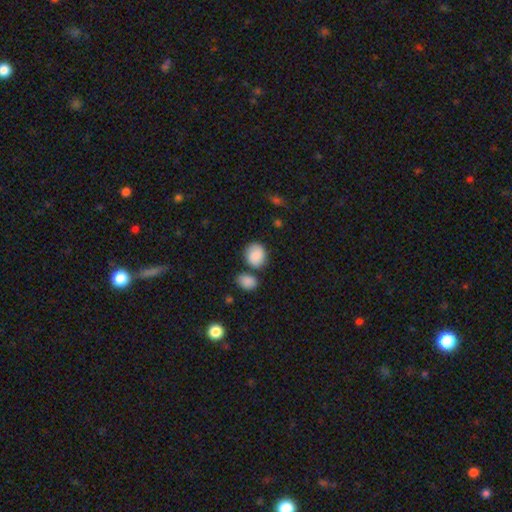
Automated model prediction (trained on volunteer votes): This is clearly a smooth galaxy (84%). How rounded: likely round (68%). Merging: likely none (67%).